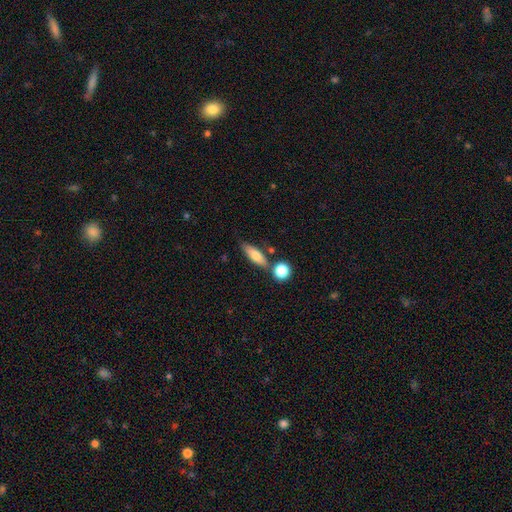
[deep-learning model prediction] This appears to be a smooth galaxy with no disk features (67%) that is in between round and cigar-shaped (53%). Merging: none (70%).